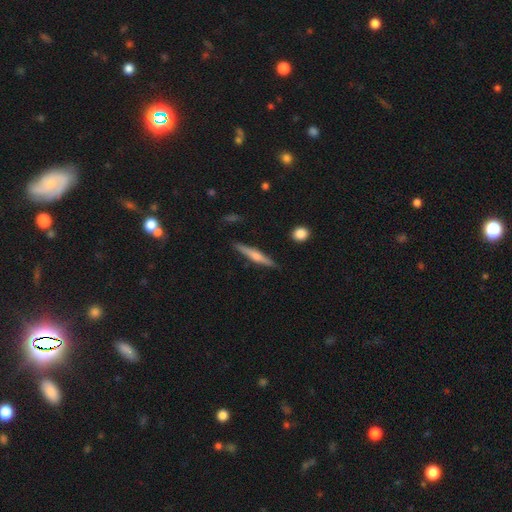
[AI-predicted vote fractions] smooth-or-featured: featured or disk: 61% | smooth: 32% | star or artifact: 7%
  disk-edge-on: yes: 97% | no: 3%
    edge-on-bulge: rounded: 80% | none: 13% | boxy: 8%
  merging: none: 89% | minor disturbance: 8% | major disturbance: 2% | merger: 1%